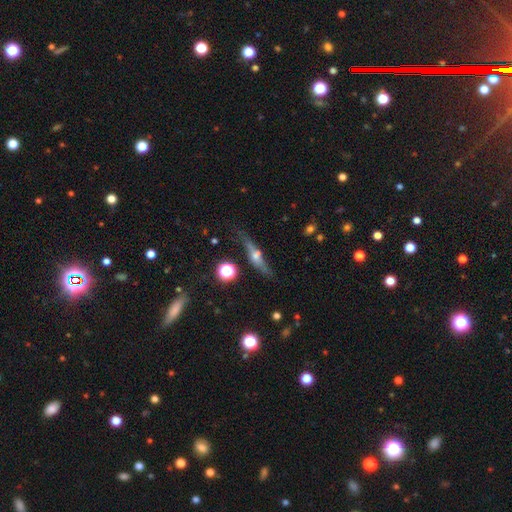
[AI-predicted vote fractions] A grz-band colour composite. It shows a featured or disk galaxy (58%) viewed edge-on (86%). Merging: none (67%).